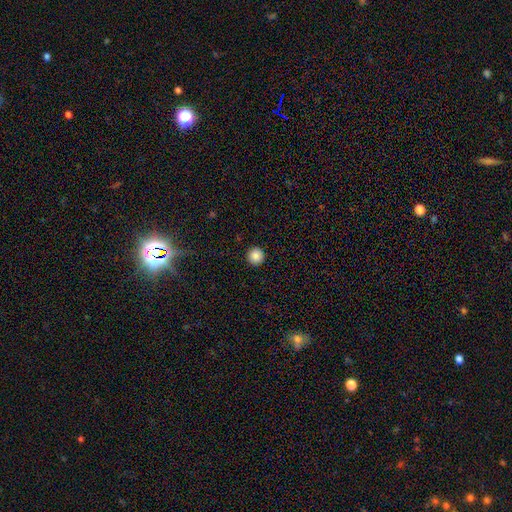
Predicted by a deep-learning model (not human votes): Smooth or featured? Predicted: smooth (p=0.86). How rounded? Predicted: round (p=0.96). Merging? Predicted: none (p=0.93).